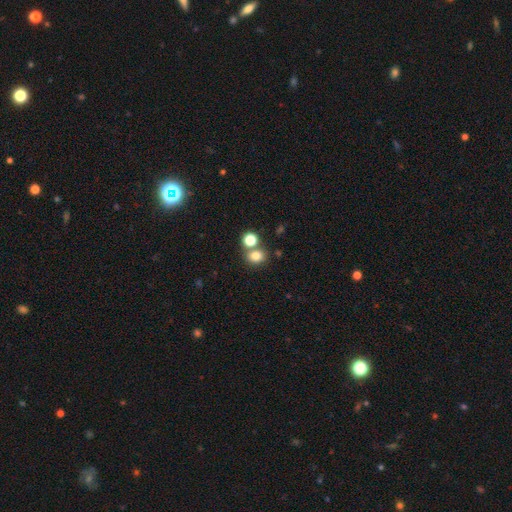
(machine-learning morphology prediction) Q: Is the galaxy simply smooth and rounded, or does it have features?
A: smooth — 78%.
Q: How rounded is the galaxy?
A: round — 63%.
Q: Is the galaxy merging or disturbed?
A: none — 61%.